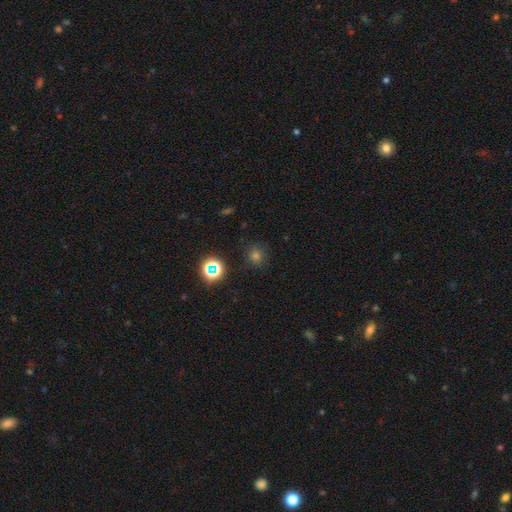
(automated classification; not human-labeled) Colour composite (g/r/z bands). It shows a smooth galaxy with no disk features (61%) that is round (87%). Merging: none (84%).